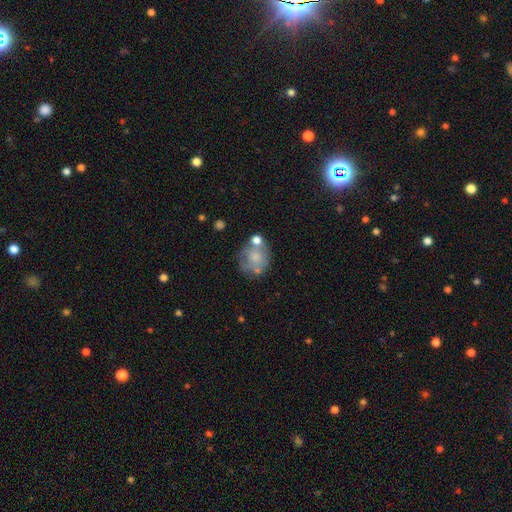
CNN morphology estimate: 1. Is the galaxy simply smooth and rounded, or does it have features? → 59% smooth, 32% featured or disk, 9% star or artifact.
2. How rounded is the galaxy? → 69% round, 30% in between, 1% cigar-shaped.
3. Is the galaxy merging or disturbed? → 47% none, 22% minor disturbance, 19% merger, 12% major disturbance.